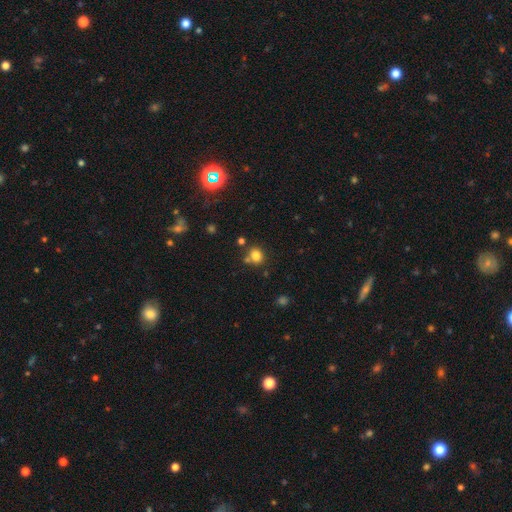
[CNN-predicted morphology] smooth 80%, star or artifact 14%, featured or disk 6%. Down the decision tree: how rounded — round (72%); merging — none (69%).